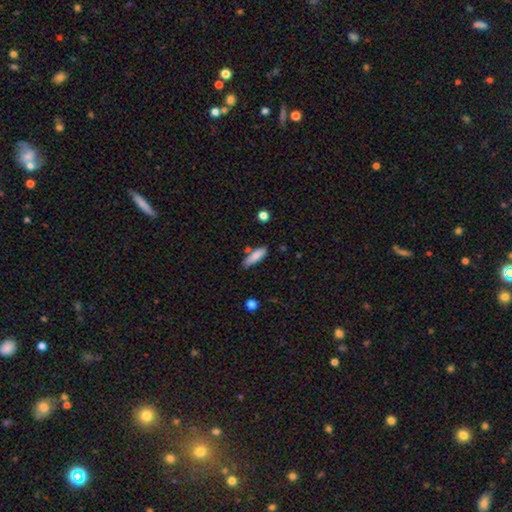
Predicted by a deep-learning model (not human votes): A smooth galaxy with no disk features (83%) that is cigar-shaped (59%).

Vote fractions:
- Smooth or featured? smooth: 83% / featured or disk: 10% / star or artifact: 7%
- How rounded? cigar-shaped: 59% / in between: 39% / round: 2%
- Merging? none: 72% / minor disturbance: 17% / merger: 7% / major disturbance: 3%